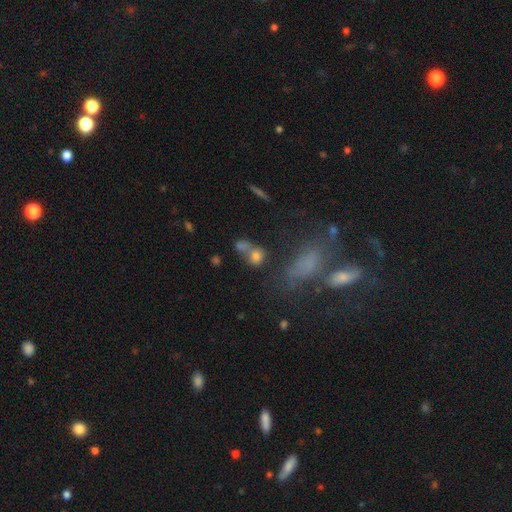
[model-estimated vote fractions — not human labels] smooth_or_featured: smooth (p=0.66) [alt: star or artifact p=0.20]
how_rounded: round (p=0.51) [alt: in between p=0.45]
merging: none (p=0.40) [alt: merger p=0.38]